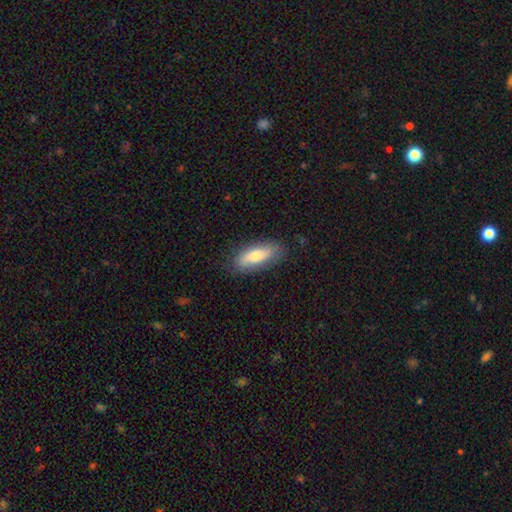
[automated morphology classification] A smooth galaxy with no disk features (71%) that is in between round and cigar-shaped (68%).

Vote fractions:
- Smooth or featured? smooth: 71% / featured or disk: 23% / star or artifact: 6%
- How rounded? in between: 68% / cigar-shaped: 30% / round: 2%
- Merging? none: 81% / minor disturbance: 15% / major disturbance: 3% / merger: 1%